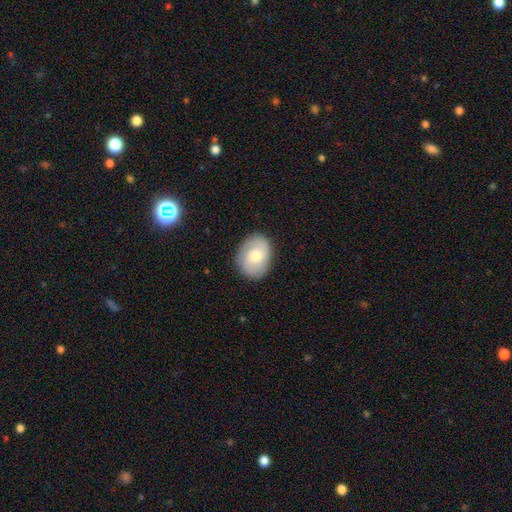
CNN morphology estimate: Smooth or featured: smooth — 49% (featured or disk — 44%)
Merging: none — 85% (minor disturbance — 11%)